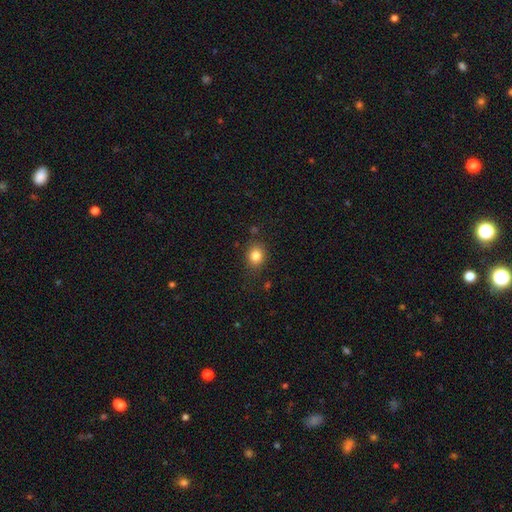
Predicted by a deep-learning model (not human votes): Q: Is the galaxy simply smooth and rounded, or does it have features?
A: smooth — 83%.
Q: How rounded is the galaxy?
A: round — 68%.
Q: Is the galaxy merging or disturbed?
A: none — 83%.